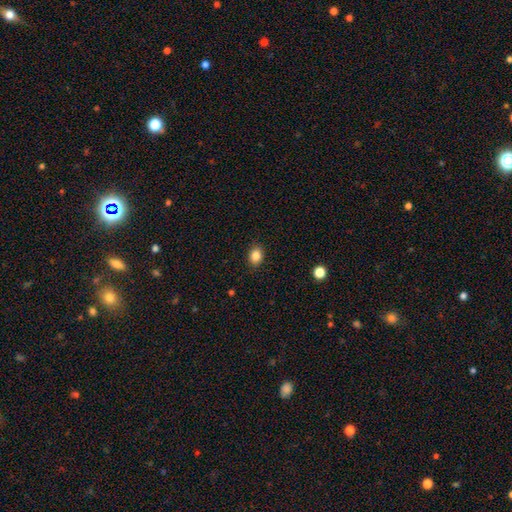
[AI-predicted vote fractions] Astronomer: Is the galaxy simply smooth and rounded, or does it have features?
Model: smooth — 85%.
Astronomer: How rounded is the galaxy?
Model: in between — 60% (runner-up: round, 39%).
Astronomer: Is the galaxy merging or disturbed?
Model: none — 88%.